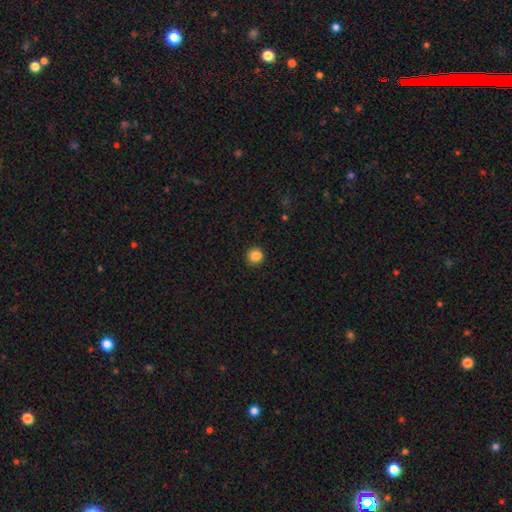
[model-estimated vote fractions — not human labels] This appears to be a smooth galaxy with no disk features (86%) that is round (88%). Merging: none (89%).